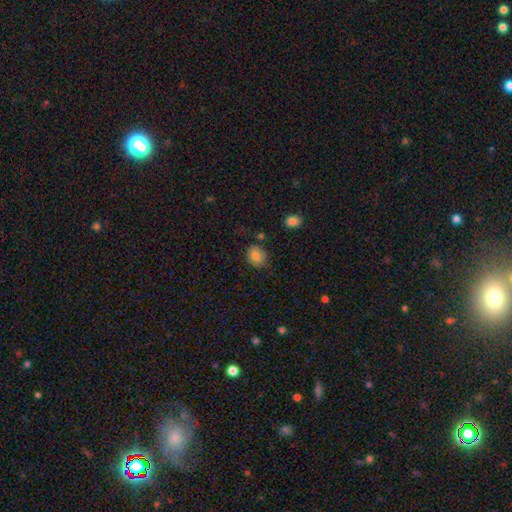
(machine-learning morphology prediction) Overall: smooth (83%). How rounded: in between (50%; round 49%). Merging: none (77%).